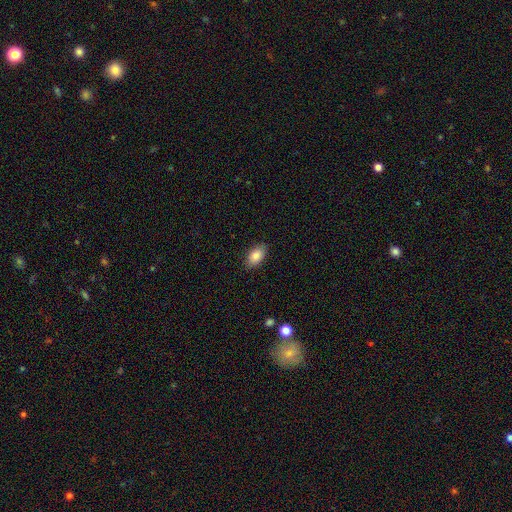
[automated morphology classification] This is clearly a smooth galaxy (85%). How rounded: clearly in between (93%). Merging: clearly none (87%).